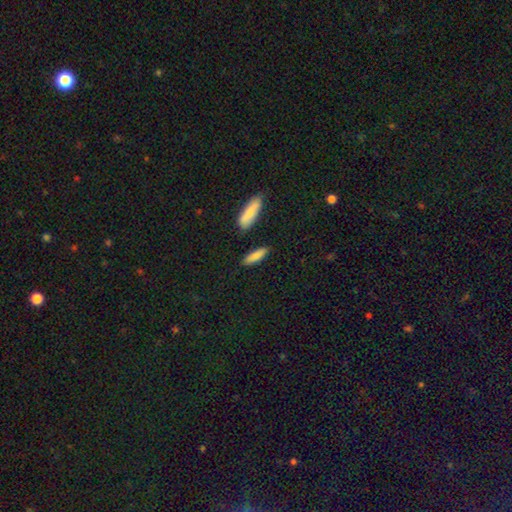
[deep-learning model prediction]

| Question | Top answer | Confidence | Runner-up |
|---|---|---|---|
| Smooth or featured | smooth | 84% | featured or disk (10%) |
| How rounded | cigar-shaped | 59% | in between (39%) |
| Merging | none | 85% | minor disturbance (9%) |